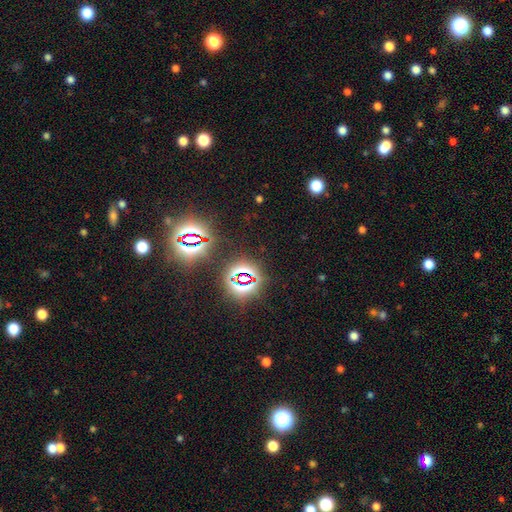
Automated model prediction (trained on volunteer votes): smooth-or-featured: star or artifact: 78% | smooth: 14% | featured or disk: 8%